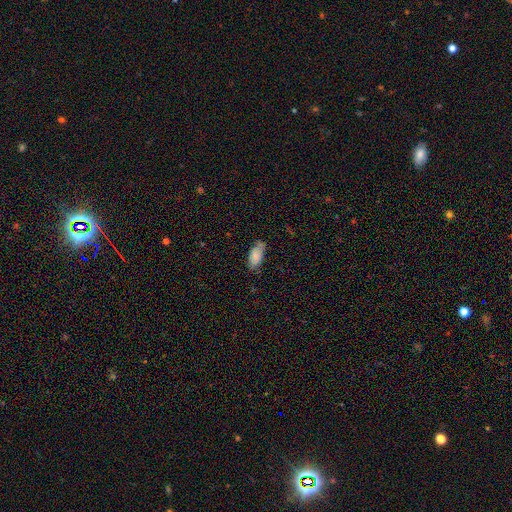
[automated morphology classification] Smooth or featured? smooth (81%)
How rounded? in between (91%)
Merging? none (61%)